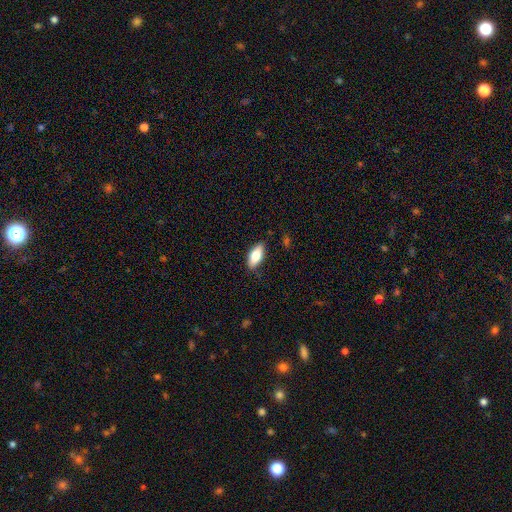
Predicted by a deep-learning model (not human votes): This is likely a smooth galaxy (78%). How rounded: clearly in between (84%). Merging: clearly none (85%).